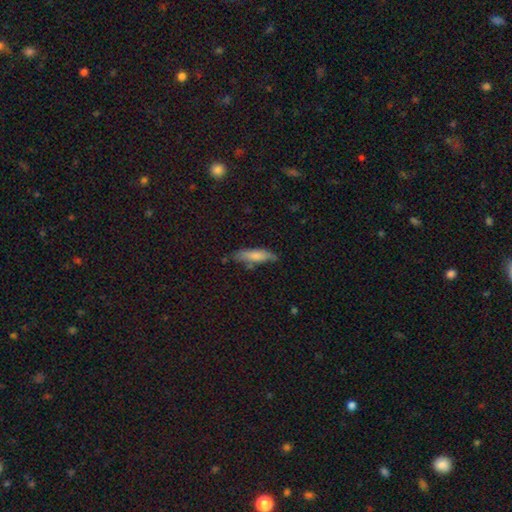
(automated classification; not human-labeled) Smooth or featured? smooth (74%)
How rounded? cigar-shaped (61%)
Merging? none (67%)